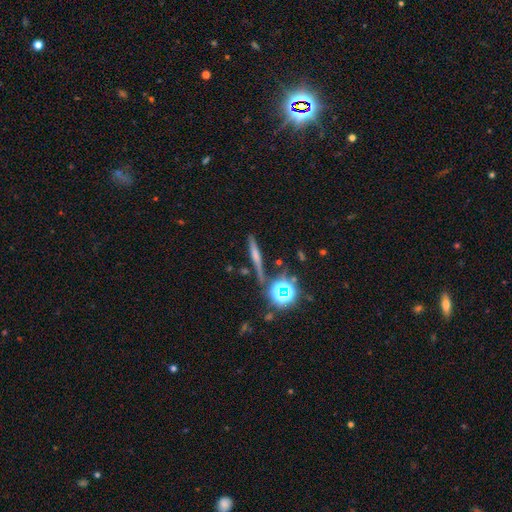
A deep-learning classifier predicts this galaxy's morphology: smooth 43%, featured or disk 37%, star or artifact 20%. Down the decision tree: merging — none (78%).